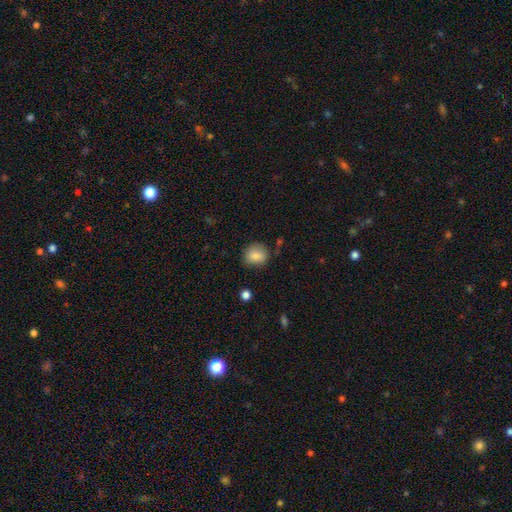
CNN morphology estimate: Q: Smooth or featured?
A: smooth (83%); runner-up: star or artifact (9%)
Q: How rounded?
A: round (70%); runner-up: in between (28%)
Q: Merging?
A: none (74%); runner-up: minor disturbance (19%)